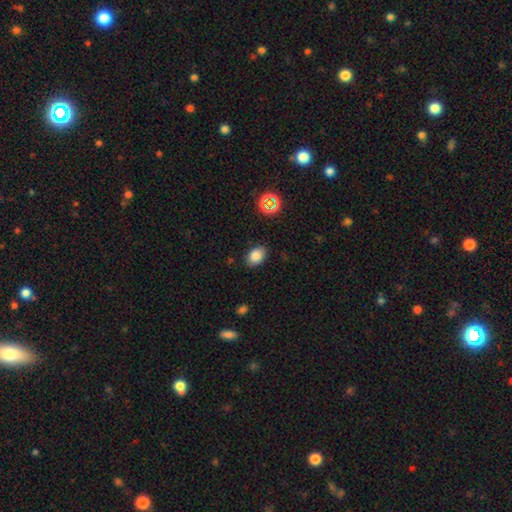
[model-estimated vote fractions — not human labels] Smooth or featured? Predicted: smooth (p=0.83). How rounded? Predicted: in between (p=0.77). Merging? Predicted: none (p=0.84).